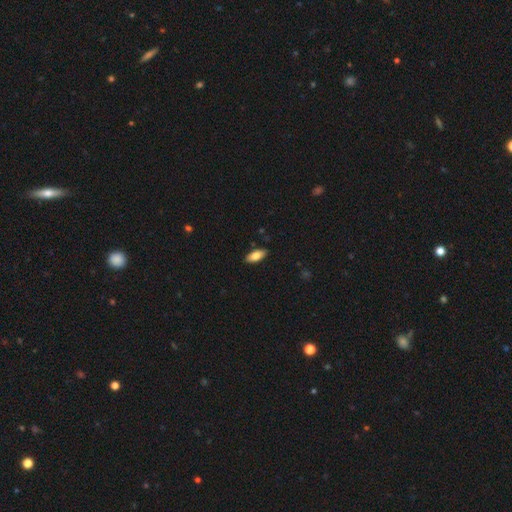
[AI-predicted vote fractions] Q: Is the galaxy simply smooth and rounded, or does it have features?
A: smooth — 80%.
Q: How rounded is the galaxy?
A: in between — 83%.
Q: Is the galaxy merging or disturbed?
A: none — 88%.